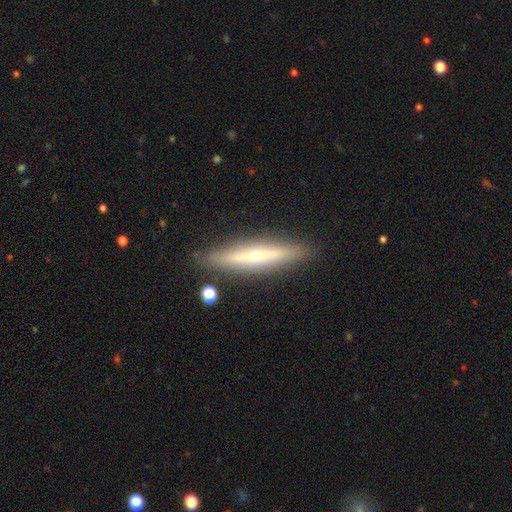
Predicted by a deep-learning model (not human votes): smooth_or_featured: featured or disk (p=0.61) [alt: smooth p=0.33]
disk_edge_on: yes (p=0.93) [alt: no p=0.07]
edge_on_bulge: rounded (p=0.75) [alt: none p=0.22]
merging: none (p=0.88) [alt: minor disturbance p=0.08]